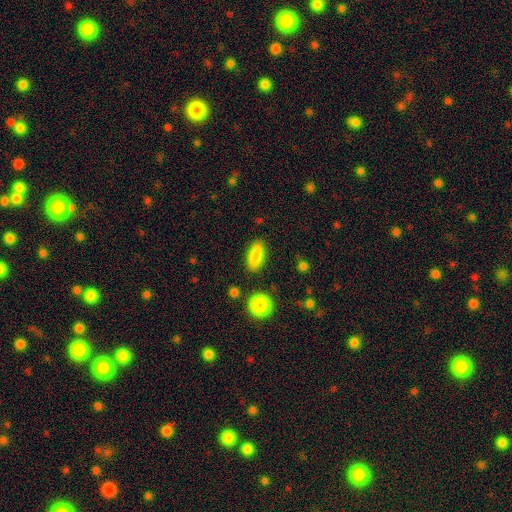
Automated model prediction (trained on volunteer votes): A smooth galaxy with no disk features (87%) that is in between round and cigar-shaped (79%).

Vote fractions:
- Smooth or featured? smooth: 87% / star or artifact: 8% / featured or disk: 5%
- How rounded? in between: 79% / cigar-shaped: 17% / round: 4%
- Merging? none: 87% / minor disturbance: 9% / major disturbance: 3% / merger: 2%